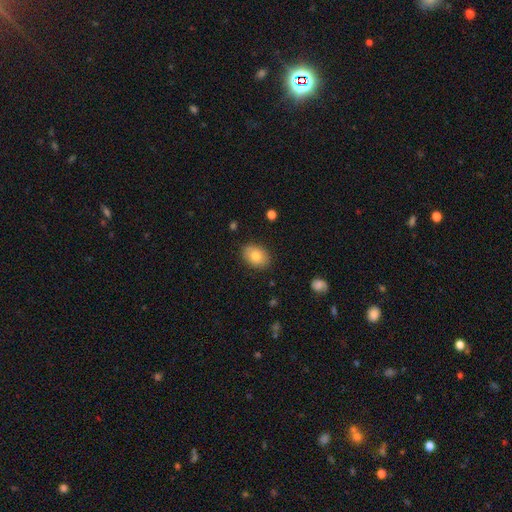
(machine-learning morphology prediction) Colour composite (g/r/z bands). It shows a smooth galaxy with no disk features (80%) that is in between round and cigar-shaped (72%). Merging: none (87%).